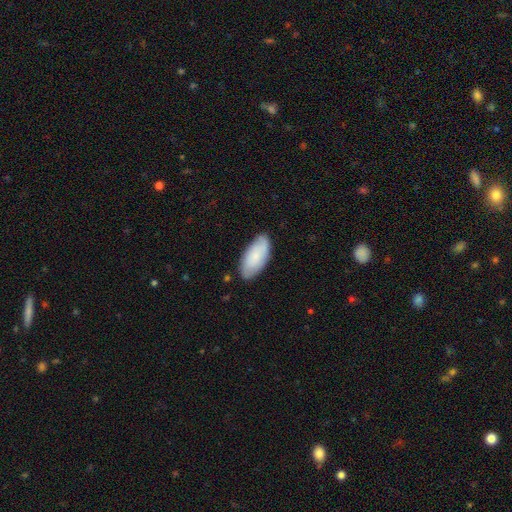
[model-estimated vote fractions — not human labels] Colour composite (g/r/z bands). It shows a smooth galaxy with no disk features (73%) that is in between round and cigar-shaped (92%). Merging: none (80%).